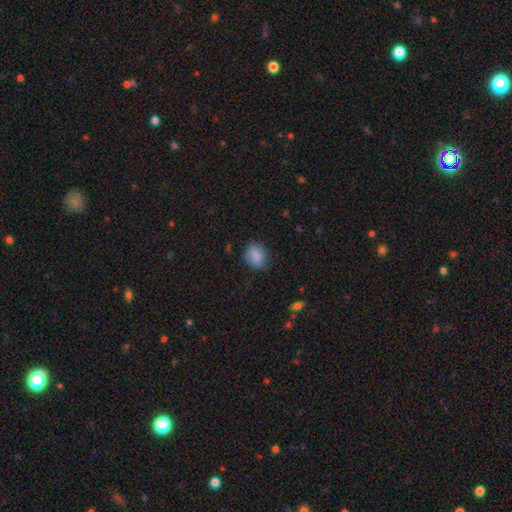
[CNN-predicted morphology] This is clearly a smooth galaxy (83%). How rounded: likely in between (67%). Merging: likely none (69%).